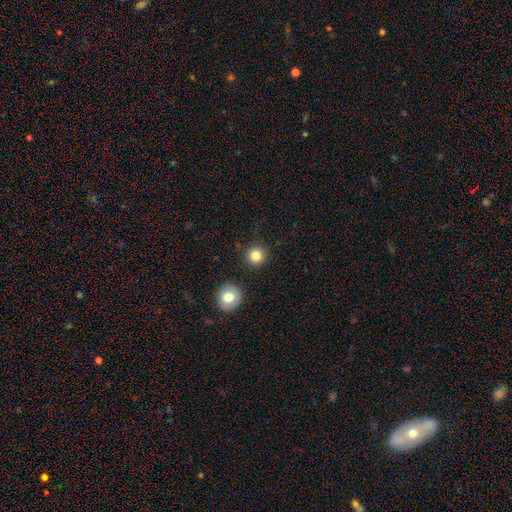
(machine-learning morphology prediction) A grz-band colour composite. It shows a smooth galaxy with no disk features (83%) that is round (94%). Merging: none (88%).